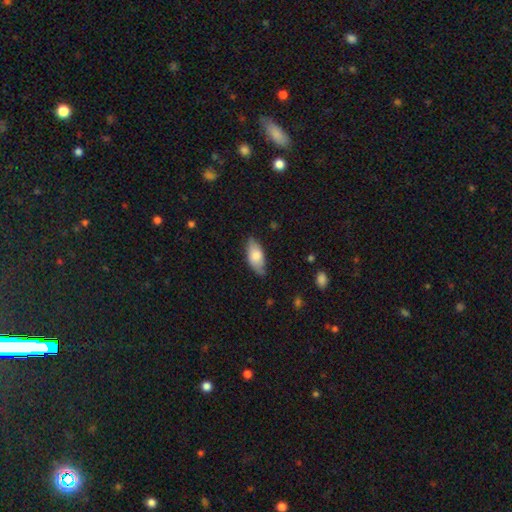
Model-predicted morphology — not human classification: A smooth galaxy with no disk features (75%) that is in between round and cigar-shaped (89%).

Vote fractions:
- Smooth or featured? smooth: 75% / featured or disk: 19% / star or artifact: 6%
- How rounded? in between: 89% / cigar-shaped: 8% / round: 2%
- Merging? none: 72% / minor disturbance: 23% / major disturbance: 4% / merger: 1%